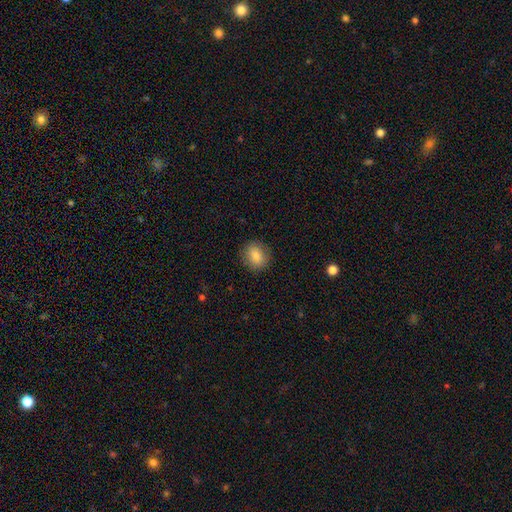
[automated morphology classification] smooth 83%, star or artifact 9%, featured or disk 8%. Down the decision tree: how rounded — round (68%); merging — none (87%).